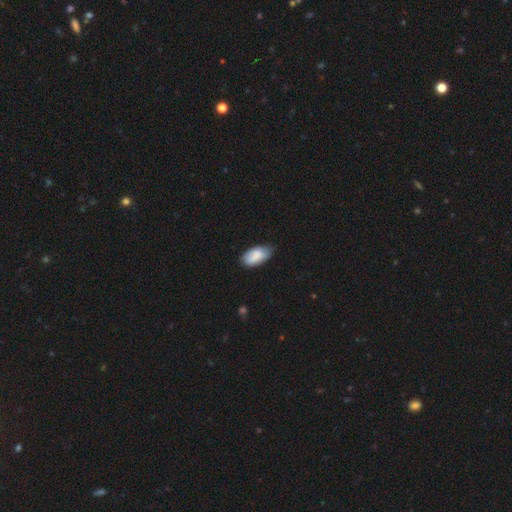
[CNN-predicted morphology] smooth_or_featured: smooth (p=0.84) [alt: featured or disk p=0.10]
how_rounded: in between (p=0.95) [alt: cigar-shaped p=0.03]
merging: none (p=0.62) [alt: minor disturbance p=0.32]